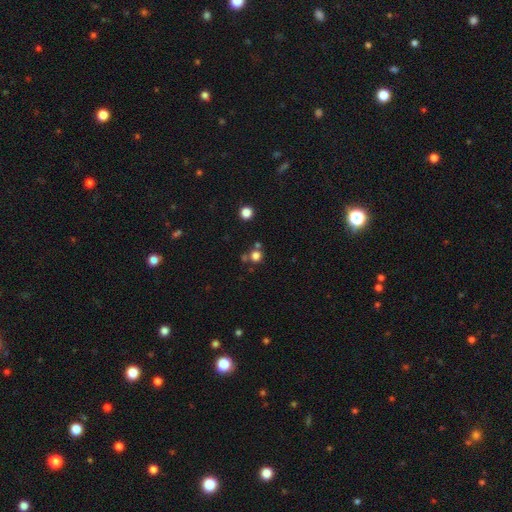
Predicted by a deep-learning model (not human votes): A smooth galaxy with no disk features (76%) that is round (91%). Merging: none (68%).